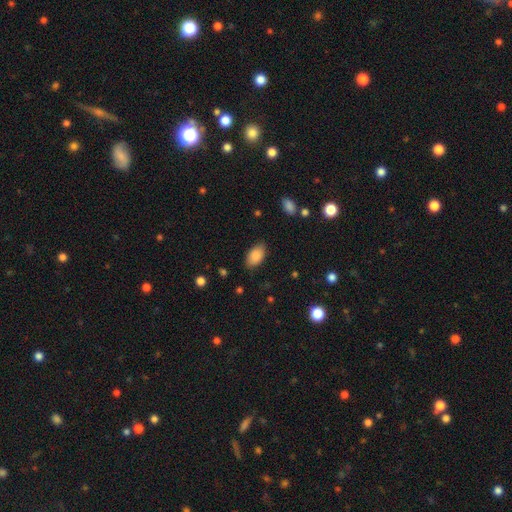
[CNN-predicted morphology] A smooth galaxy with no disk features (88%) that is in between round and cigar-shaped (93%).

Vote fractions:
- Smooth or featured? smooth: 88% / star or artifact: 7% / featured or disk: 5%
- How rounded? in between: 93% / round: 6% / cigar-shaped: 2%
- Merging? none: 83% / minor disturbance: 12% / major disturbance: 3% / merger: 1%